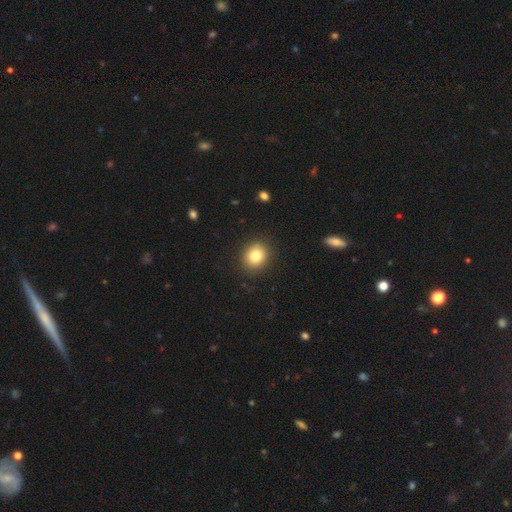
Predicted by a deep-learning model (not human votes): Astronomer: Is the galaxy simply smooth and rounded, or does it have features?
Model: smooth — 82%.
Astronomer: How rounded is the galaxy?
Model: round — 73%.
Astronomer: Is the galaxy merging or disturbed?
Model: none — 90%.